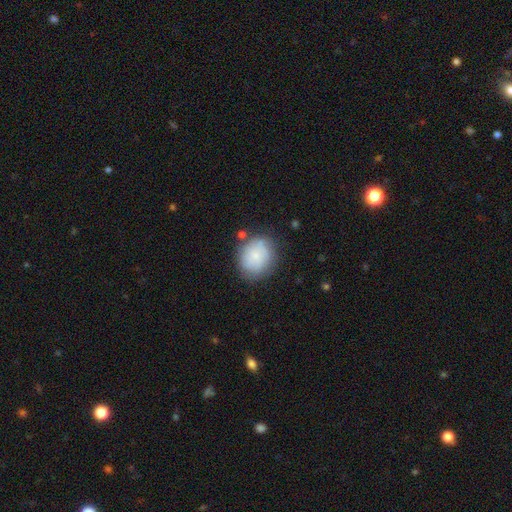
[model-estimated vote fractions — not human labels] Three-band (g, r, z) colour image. It shows a smooth galaxy with no disk features (75%) that is round (72%). Merging: none (70%).